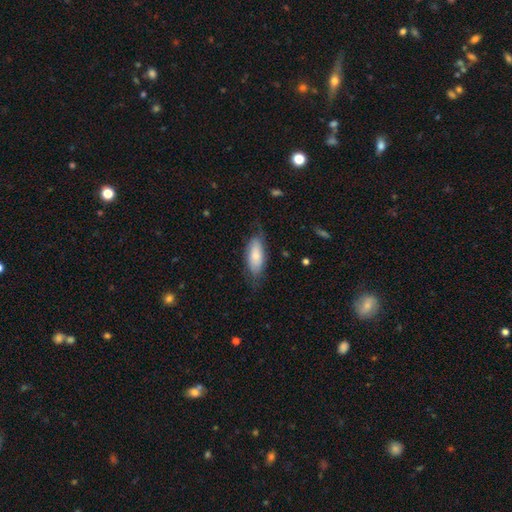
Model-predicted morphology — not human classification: smooth 70%, featured or disk 24%, star or artifact 6%. Down the decision tree: how rounded — in between (81%); merging — none (65%).